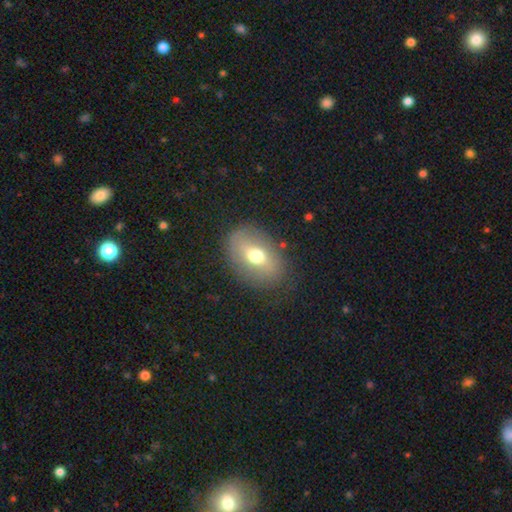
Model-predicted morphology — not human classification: This is possibly a smooth galaxy (52%). How rounded: likely in between (77%). Merging: clearly none (82%).